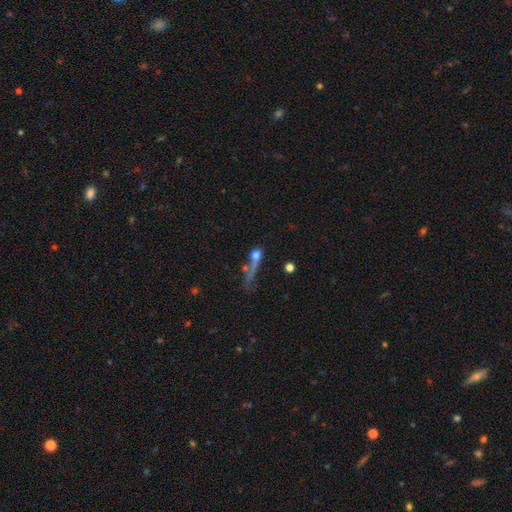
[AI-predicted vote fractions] Smooth or featured: smooth — 58% (featured or disk — 26%)
How rounded: round — 38% (cigar-shaped — 34%)
Merging: none — 31% (major disturbance — 30%)